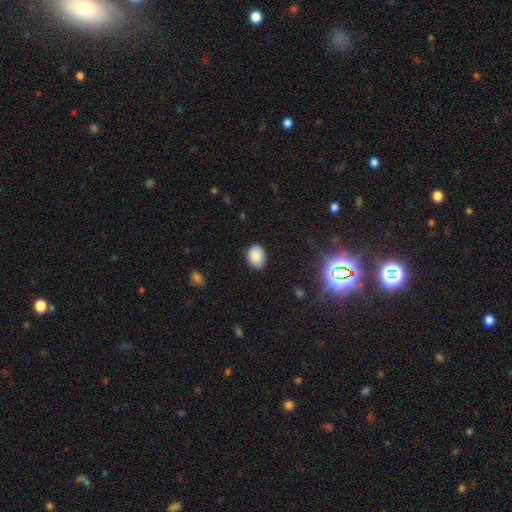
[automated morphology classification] Q: Smooth or featured?
A: smooth (86%); runner-up: star or artifact (9%)
Q: How rounded?
A: in between (73%); runner-up: round (26%)
Q: Merging?
A: none (82%); runner-up: minor disturbance (14%)